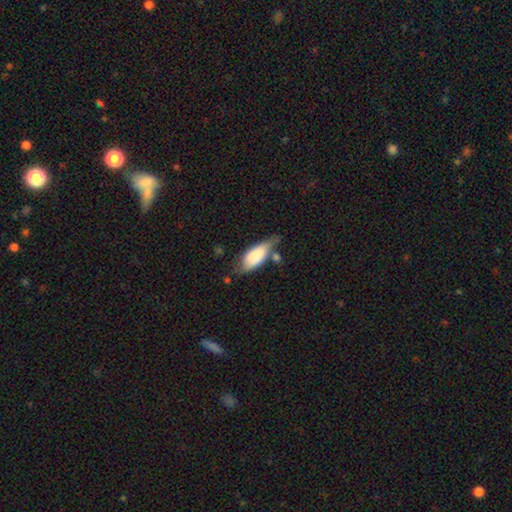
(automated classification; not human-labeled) smooth_or_featured: smooth (p=0.76) [alt: featured or disk p=0.17]
how_rounded: in between (p=0.82) [alt: cigar-shaped p=0.16]
merging: none (p=0.41) [alt: minor disturbance p=0.35]